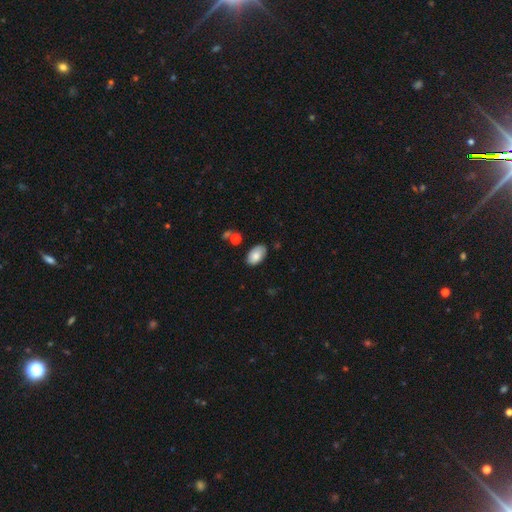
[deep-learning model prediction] Smooth or featured: smooth — 83% (featured or disk — 10%)
How rounded: in between — 94% (round — 5%)
Merging: none — 79% (minor disturbance — 16%)